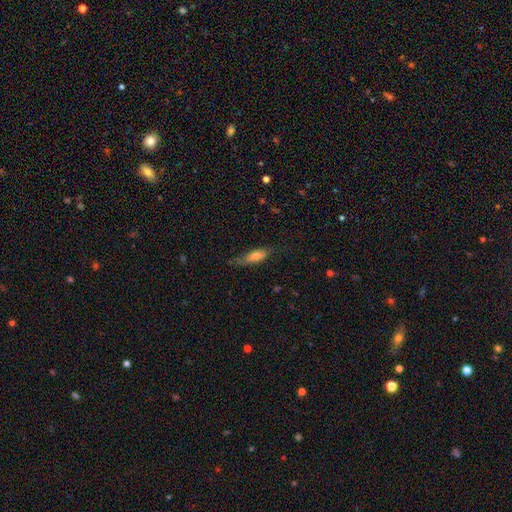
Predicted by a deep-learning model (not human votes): This appears to be a smooth galaxy with no disk features (64%) that is in between round and cigar-shaped (57%). Merging: none (60%).